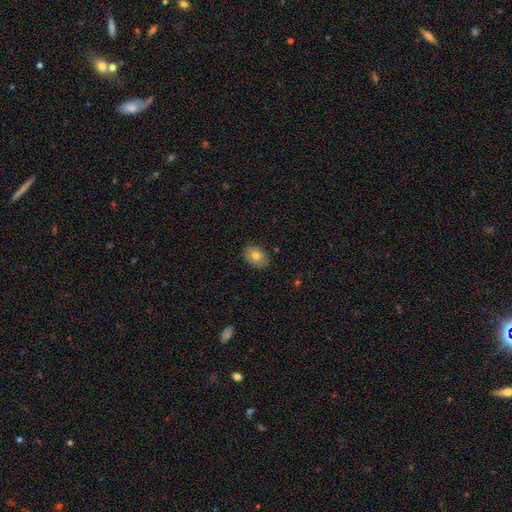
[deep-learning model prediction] A smooth galaxy with no disk features (73%) that is in between round and cigar-shaped (78%). Merging: none (85%).